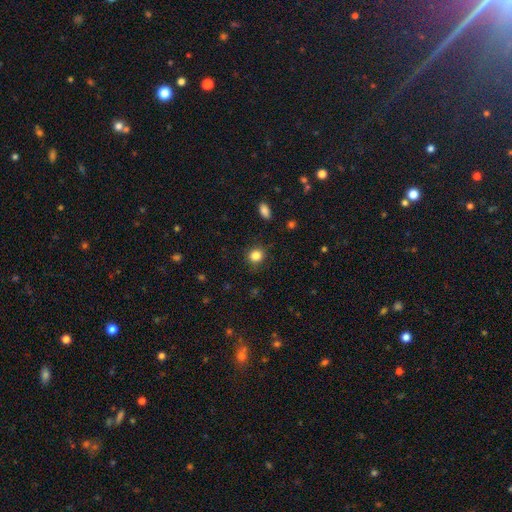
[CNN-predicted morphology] type=smooth (85%); roundness=round (81%); merging=none (85%).